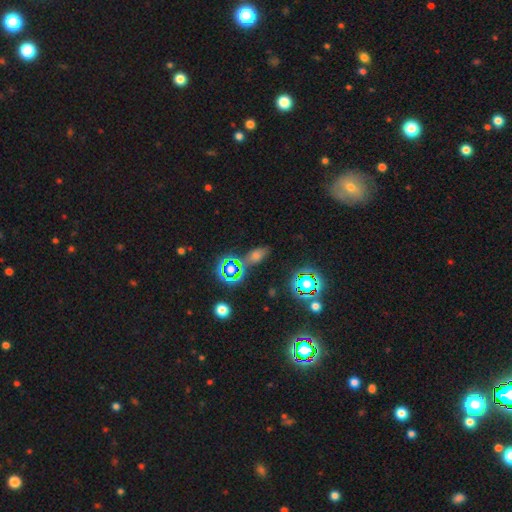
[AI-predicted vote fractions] The model was most divided on "smooth or featured": star or artifact: 44%, smooth: 41%, featured or disk: 15%.